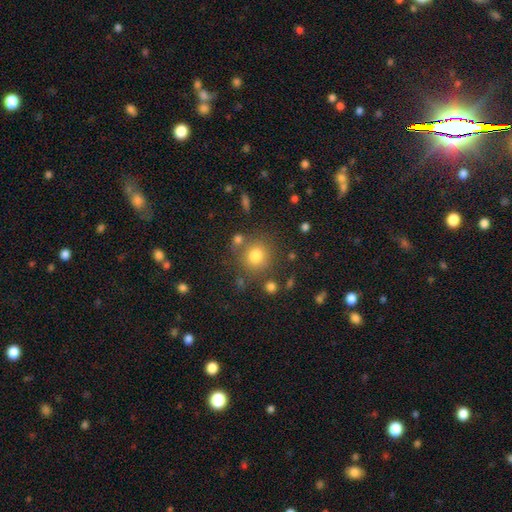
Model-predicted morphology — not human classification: Q: Smooth or featured?
A: smooth (78%); runner-up: star or artifact (13%)
Q: How rounded?
A: round (88%); runner-up: in between (11%)
Q: Merging?
A: none (76%); runner-up: minor disturbance (11%)